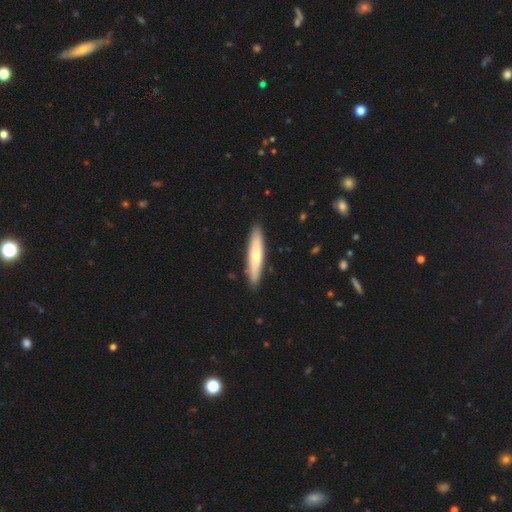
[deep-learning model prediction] Morphology: type=smooth (65%); roundness=cigar-shaped (86%); merging=none (89%).